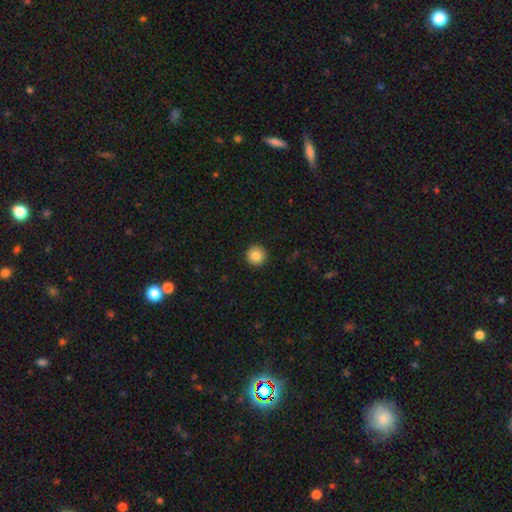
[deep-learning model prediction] Q: Smooth or featured?
A: smooth (85%); runner-up: star or artifact (9%)
Q: How rounded?
A: round (96%); runner-up: in between (3%)
Q: Merging?
A: none (93%); runner-up: minor disturbance (4%)